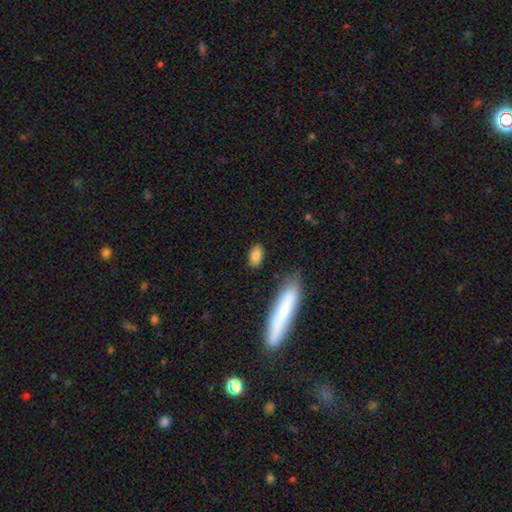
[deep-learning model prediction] smooth_or_featured: smooth (p=0.82) [alt: featured or disk p=0.10]
how_rounded: in between (p=0.88) [alt: cigar-shaped p=0.07]
merging: none (p=0.83) [alt: minor disturbance p=0.12]